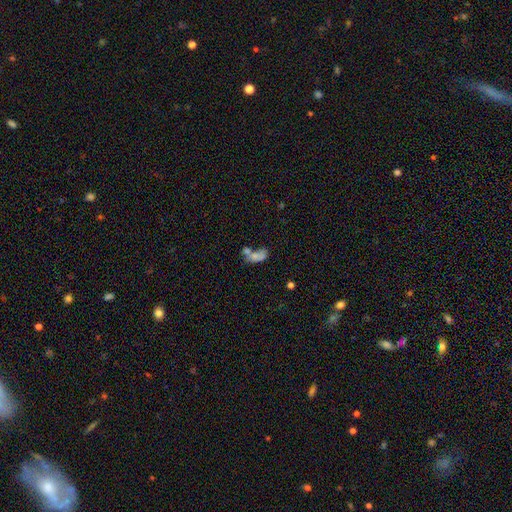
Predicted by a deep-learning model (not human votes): This appears to be a smooth galaxy with no disk features (64%) that is in between round and cigar-shaped (85%). Merging: merger (53%).